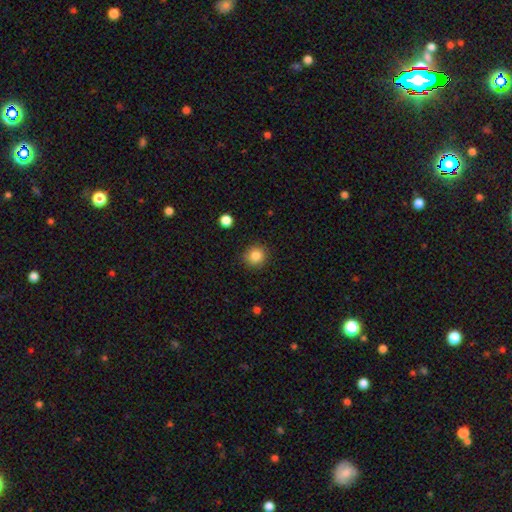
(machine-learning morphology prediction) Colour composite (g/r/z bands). It shows a smooth galaxy with no disk features (85%) that is round (90%). Merging: none (88%).